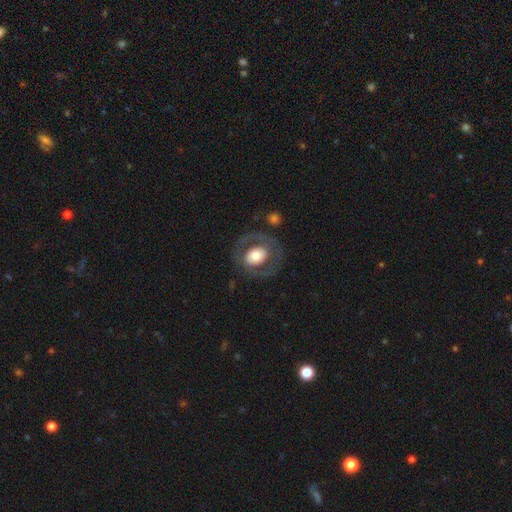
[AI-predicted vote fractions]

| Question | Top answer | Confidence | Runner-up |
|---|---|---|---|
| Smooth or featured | featured or disk | 47% | smooth (46%) |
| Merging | none | 71% | minor disturbance (14%) |